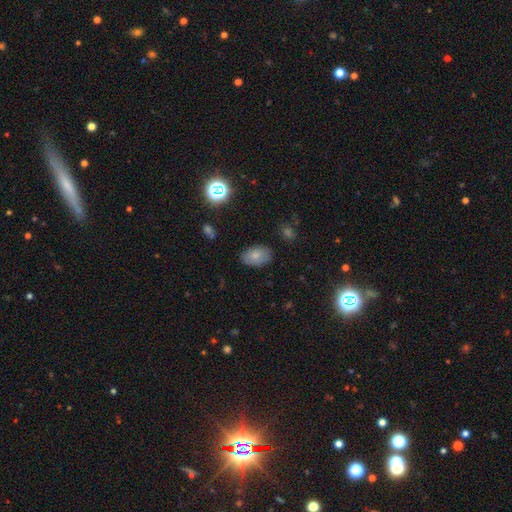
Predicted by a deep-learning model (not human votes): This is likely a smooth galaxy (75%). How rounded: clearly in between (89%). Merging: clearly none (81%).